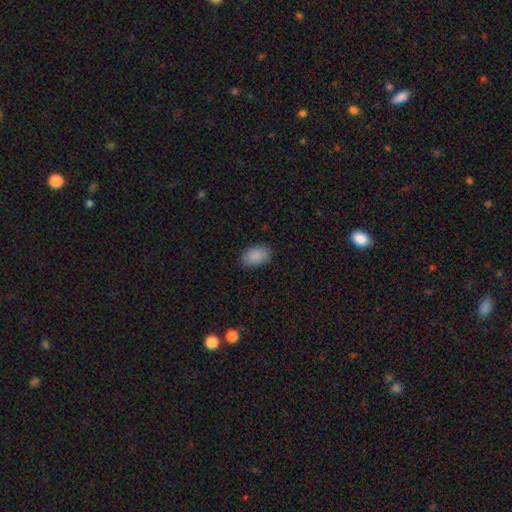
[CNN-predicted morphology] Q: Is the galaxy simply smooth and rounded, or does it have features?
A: smooth — 88%.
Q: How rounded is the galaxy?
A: in between — 89%.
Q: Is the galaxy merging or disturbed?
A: none — 84%.